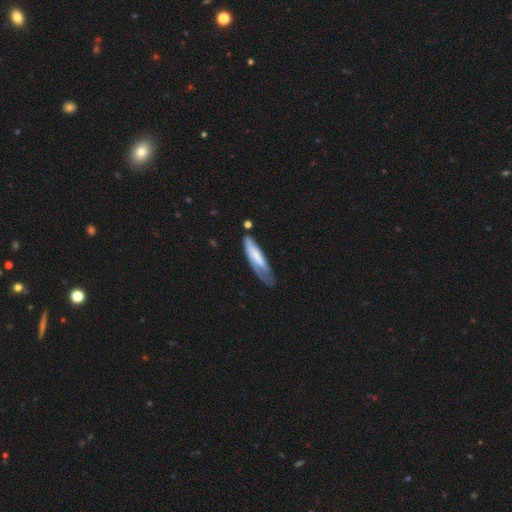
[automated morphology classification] This is possibly a smooth galaxy (55%). How rounded: likely cigar-shaped (62%). Merging: marginally none (40%).